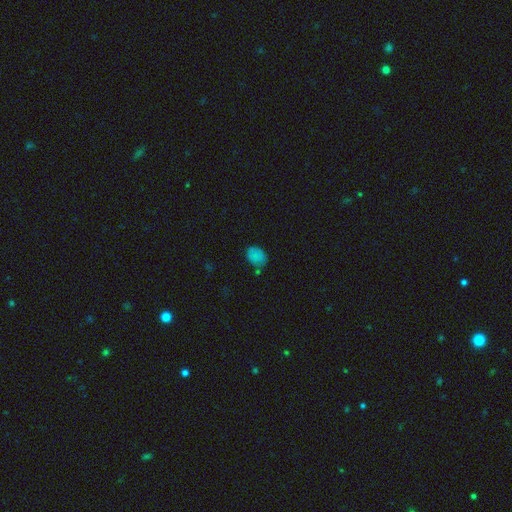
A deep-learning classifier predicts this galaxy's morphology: type=smooth (78%); roundness=in between (68%); merging=none (66%).